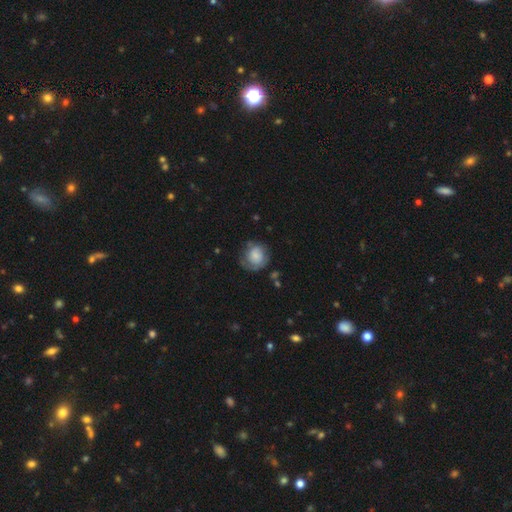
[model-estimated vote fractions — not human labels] A smooth galaxy with no disk features (62%) that is round (81%).

Vote fractions:
- Smooth or featured? smooth: 62% / featured or disk: 31% / star or artifact: 8%
- How rounded? round: 81% / in between: 18% / cigar-shaped: 1%
- Merging? none: 56% / minor disturbance: 26% / major disturbance: 15% / merger: 3%